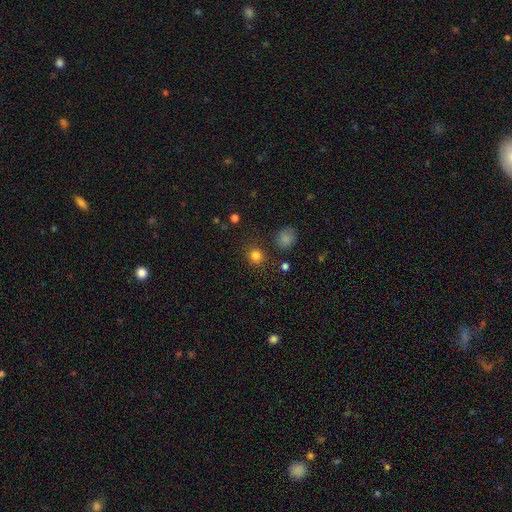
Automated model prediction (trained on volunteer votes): Smooth or featured: smooth — 81% (star or artifact — 14%)
How rounded: round — 86% (in between — 13%)
Merging: none — 84% (minor disturbance — 9%)